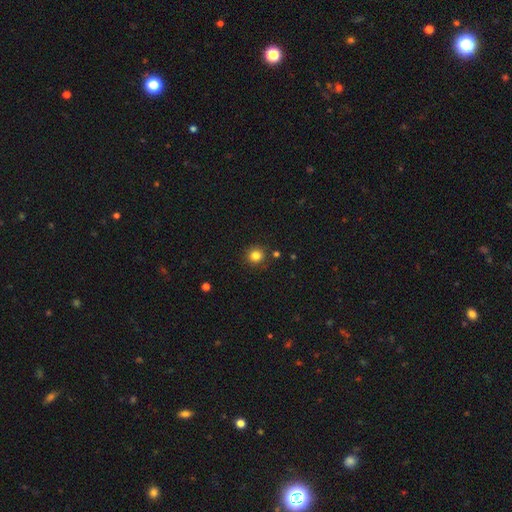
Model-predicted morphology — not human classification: Smooth or featured? Predicted: smooth (p=0.82). How rounded? Predicted: round (p=0.91). Merging? Predicted: none (p=0.88).